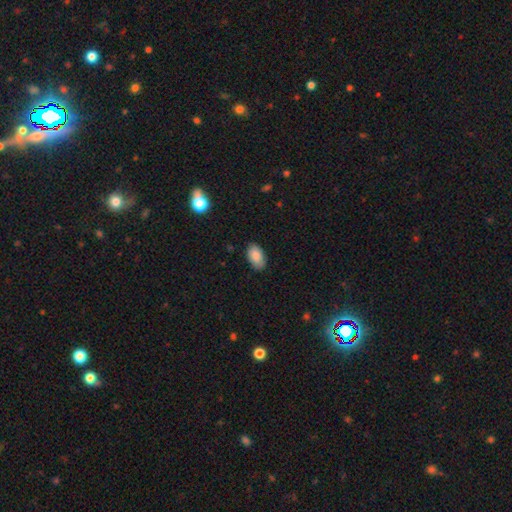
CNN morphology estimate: smooth_or_featured: smooth (p=0.88) [alt: star or artifact p=0.07]
how_rounded: in between (p=0.94) [alt: round p=0.04]
merging: none (p=0.84) [alt: minor disturbance p=0.12]